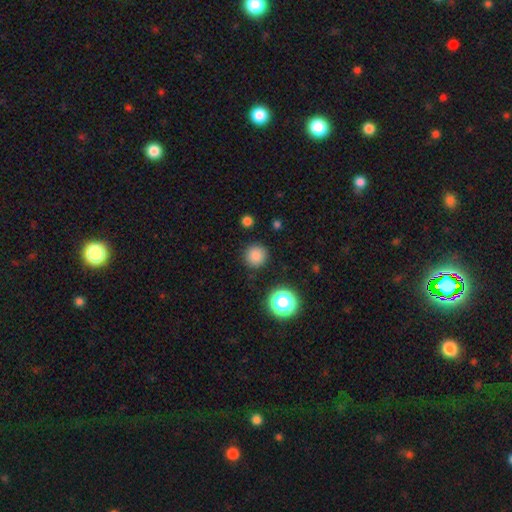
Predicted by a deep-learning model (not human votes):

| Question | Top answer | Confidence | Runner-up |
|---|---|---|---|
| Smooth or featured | smooth | 83% | star or artifact (12%) |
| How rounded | round | 94% | in between (5%) |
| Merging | none | 88% | minor disturbance (7%) |